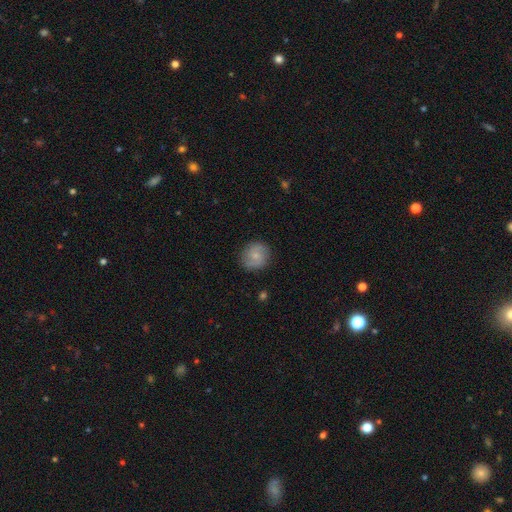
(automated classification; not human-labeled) The model was most divided on "smooth or featured": featured or disk: 47%, smooth: 45%, star or artifact: 8%. More confident: merging — none (85%).